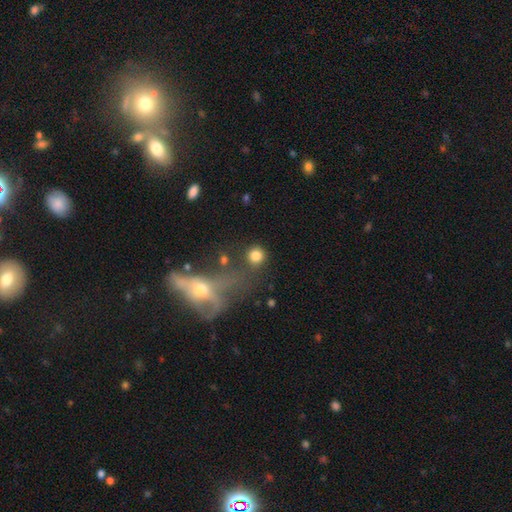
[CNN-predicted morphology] This is clearly a smooth galaxy (81%). How rounded: clearly round (90%). Merging: likely none (71%).